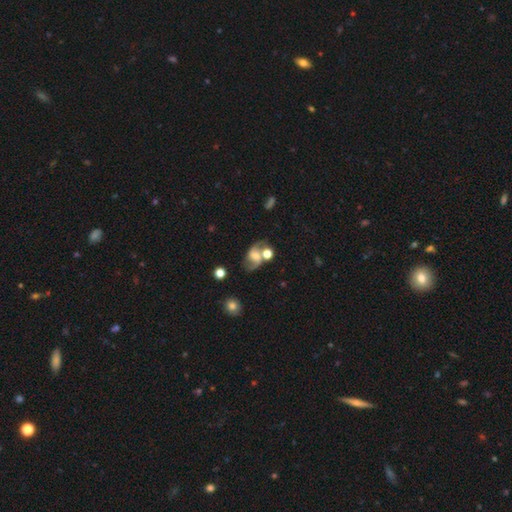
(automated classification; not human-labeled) Smooth or featured? Predicted: featured or disk (p=0.70). Edge-on disk? Predicted: no (p=0.97). Bar? Predicted: weak (p=0.43). Spiral arms? Predicted: yes (p=0.91). Spiral winding? Predicted: loose (p=0.53). Spiral arm count? Predicted: 2 (p=0.90). Bulge size? Predicted: moderate (p=0.40). Merging? Predicted: none (p=0.53).